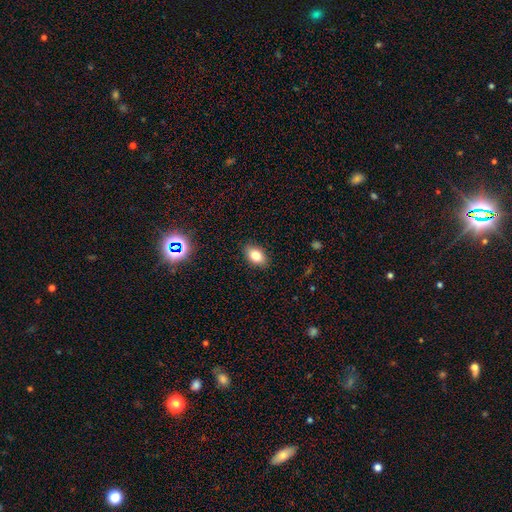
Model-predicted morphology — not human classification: This is clearly a smooth galaxy (80%). How rounded: clearly in between (87%). Merging: clearly none (88%).